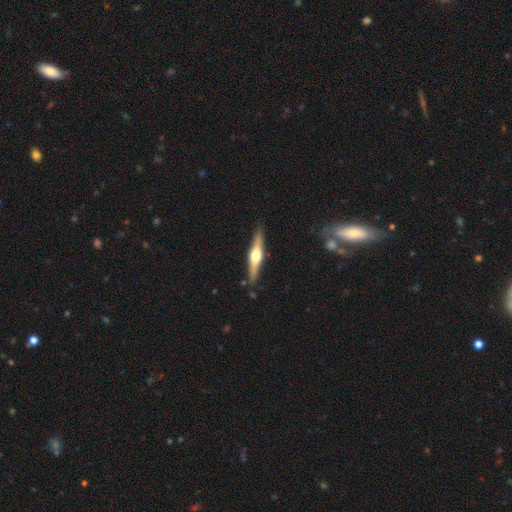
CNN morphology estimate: smooth_or_featured: featured or disk (p=0.66) [alt: smooth p=0.28]
disk_edge_on: yes (p=0.96) [alt: no p=0.04]
edge_on_bulge: rounded (p=0.93) [alt: boxy p=0.05]
merging: none (p=0.86) [alt: minor disturbance p=0.10]